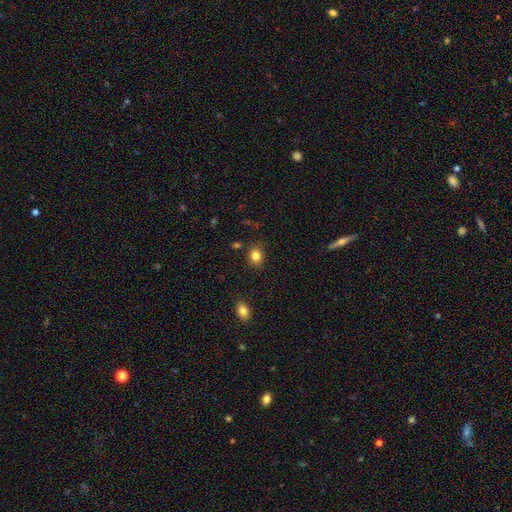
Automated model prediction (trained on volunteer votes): A smooth galaxy with no disk features (84%) that is round (50%). Merging: none (83%).